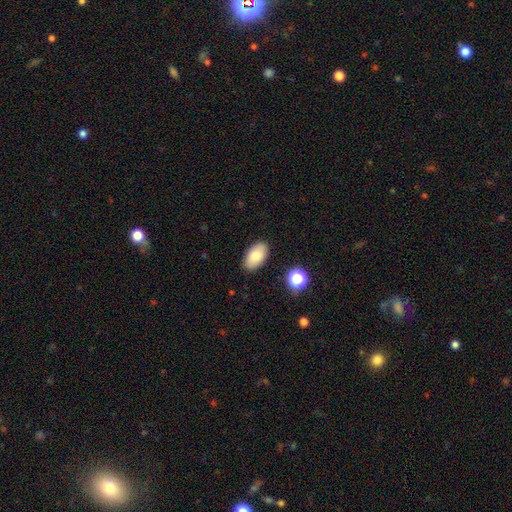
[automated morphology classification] The model was most divided on "smooth or featured": smooth: 81%, featured or disk: 11%, star or artifact: 8%. More confident: how rounded — in between (94%); merging — none (87%).